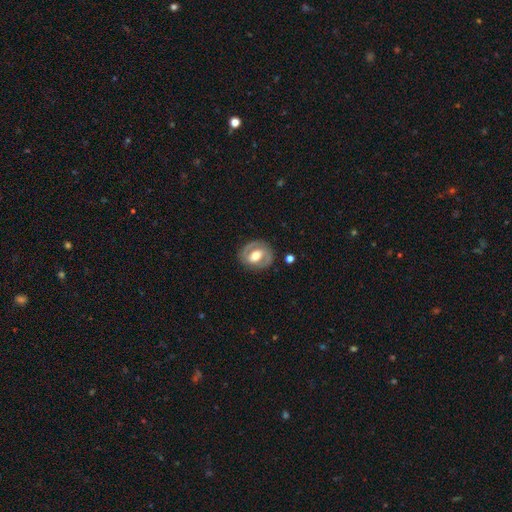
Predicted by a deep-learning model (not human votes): Smooth or featured: featured or disk — 71% (smooth — 23%)
Edge-on disk: no — 96% (yes — 4%)
Bar: weak — 39% (strong — 32%)
Spiral arms: yes — 71% (no — 29%)
Bulge size: moderate — 65% (large — 22%)
Merging: none — 82% (minor disturbance — 12%)